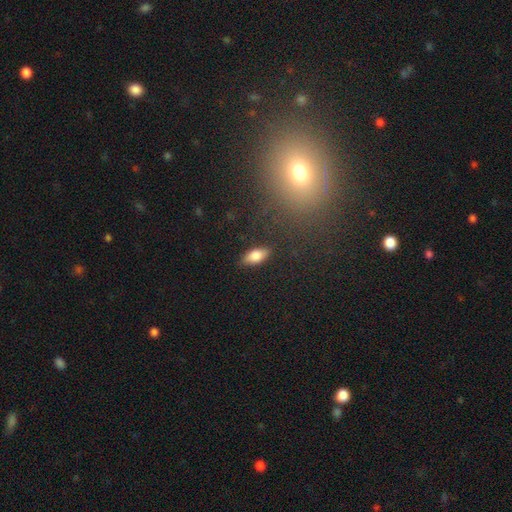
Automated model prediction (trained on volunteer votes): Smooth or featured? Predicted: smooth (p=0.80). How rounded? Predicted: in between (p=0.85). Merging? Predicted: none (p=0.86).